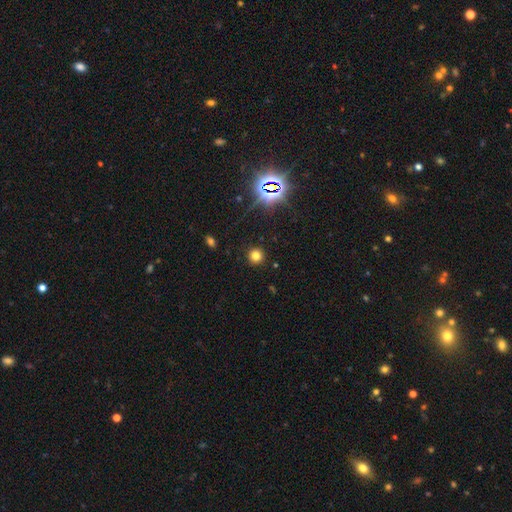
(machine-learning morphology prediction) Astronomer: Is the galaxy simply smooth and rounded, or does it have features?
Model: smooth — 73%.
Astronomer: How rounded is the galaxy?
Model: round — 94%.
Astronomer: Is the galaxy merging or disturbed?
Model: none — 91%.